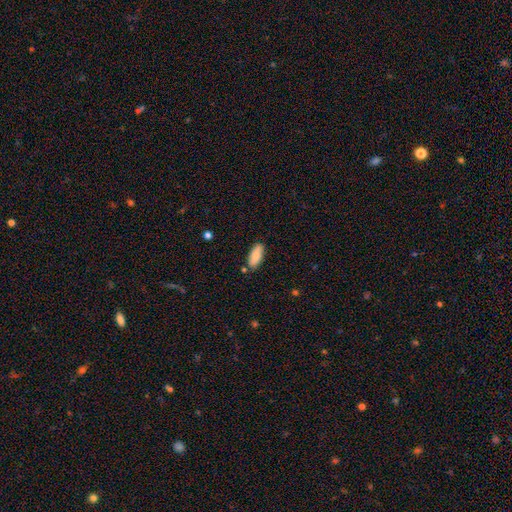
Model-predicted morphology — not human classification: This appears to be a smooth galaxy with no disk features (85%) that is in between round and cigar-shaped (82%). Merging: none (81%).